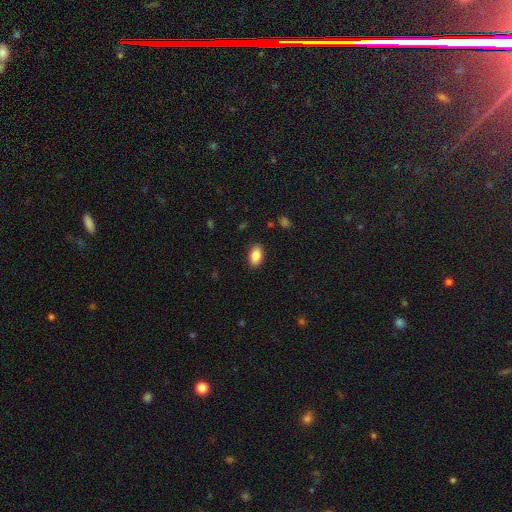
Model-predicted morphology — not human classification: smooth-or-featured: smooth: 87% | star or artifact: 8% | featured or disk: 6%
  how-rounded: in between: 91% | round: 8% | cigar-shaped: 2%
  merging: none: 88% | minor disturbance: 9% | major disturbance: 2% | merger: 1%